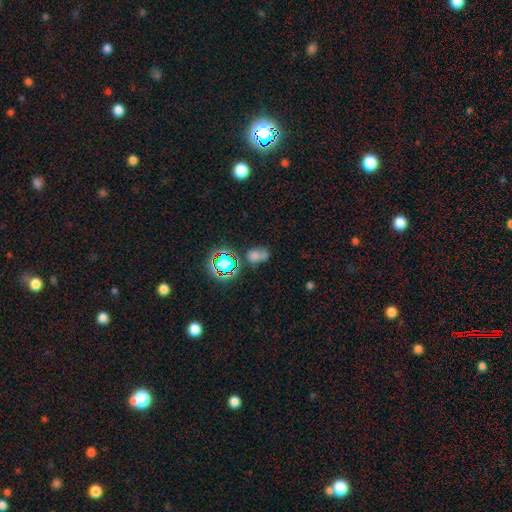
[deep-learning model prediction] Morphology: type=smooth (58%); roundness=in between (60%); merging=none (39%).